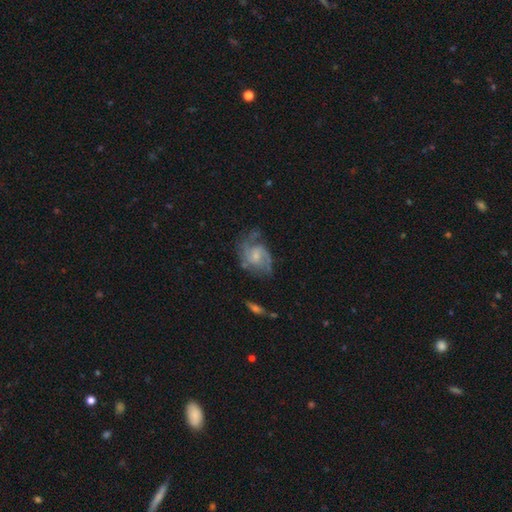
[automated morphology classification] A featured or disk galaxy (78%) with no bar (58%), 2 (58%) medium (48%) spiral arms (92%) and a small central bulge (57%). Merging: none (52%).